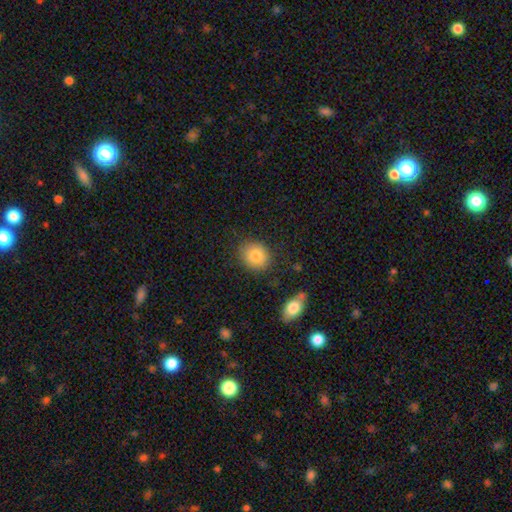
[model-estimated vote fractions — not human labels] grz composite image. It shows a smooth galaxy with no disk features (82%) that is round (70%). Merging: none (84%).